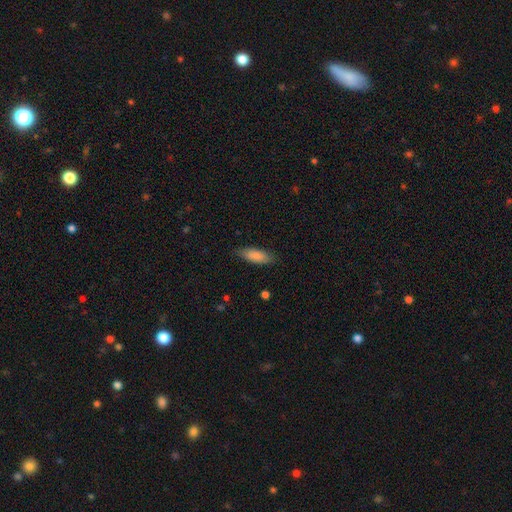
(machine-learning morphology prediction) A smooth galaxy with no disk features (85%) that is in between round and cigar-shaped (61%). Merging: none (83%).